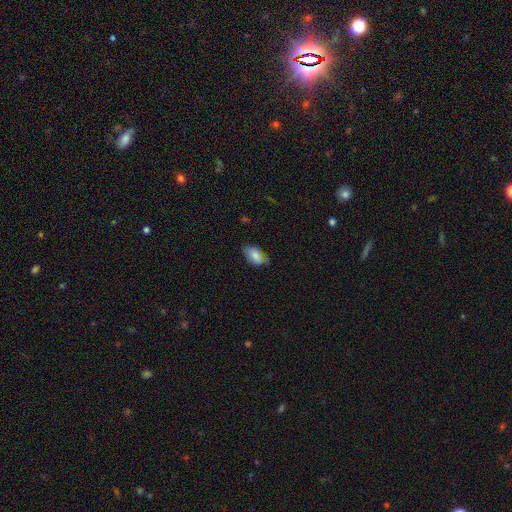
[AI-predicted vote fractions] smooth 80%, featured or disk 11%, star or artifact 9%. Down the decision tree: how rounded — in between (91%); merging — none (57%).